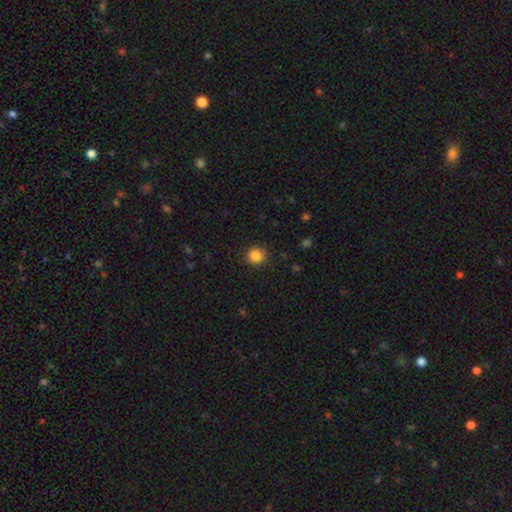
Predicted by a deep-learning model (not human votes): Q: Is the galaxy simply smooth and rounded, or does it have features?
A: smooth — 85%.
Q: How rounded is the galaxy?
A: round — 90%.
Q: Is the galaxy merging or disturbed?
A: none — 89%.